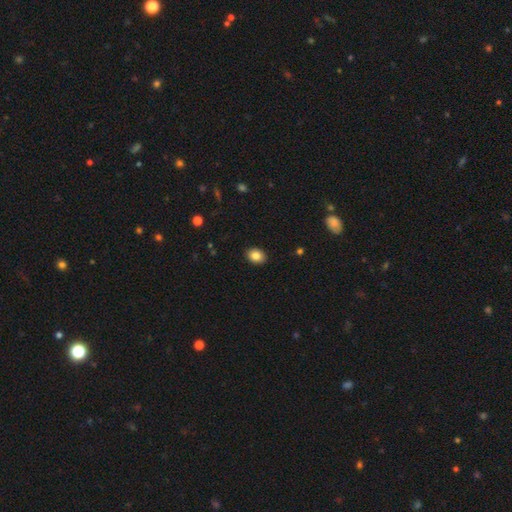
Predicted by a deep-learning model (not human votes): Morphology: type=smooth (85%); roundness=in between (66%); merging=none (90%).